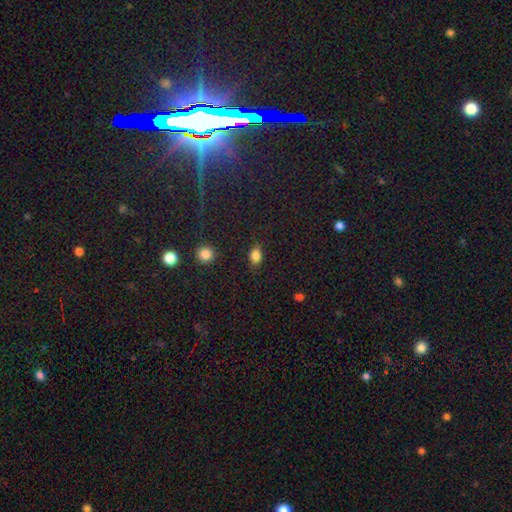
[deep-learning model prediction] The model was most divided on "how rounded": in between: 78%, round: 19%, cigar-shaped: 3%. More confident: smooth or featured — smooth (82%); merging — none (80%).